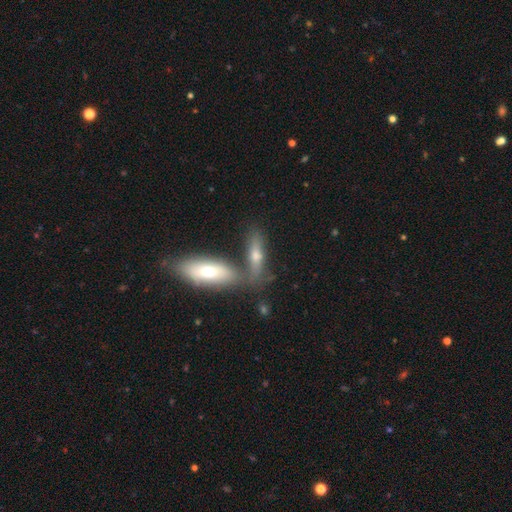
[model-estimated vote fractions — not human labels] smooth 51%, featured or disk 40%, star or artifact 8%. Down the decision tree: how rounded — cigar-shaped (55%); merging — none (48%).